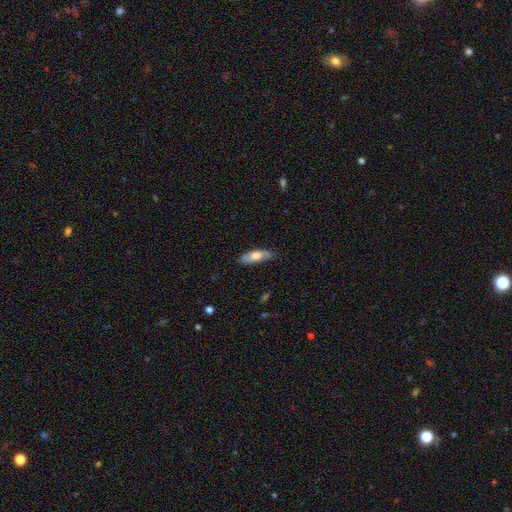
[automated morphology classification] Smooth or featured? smooth (64%)
How rounded? in between (60%)
Merging? none (80%)